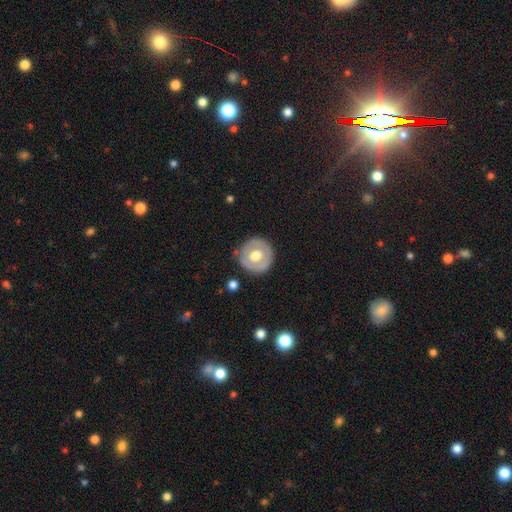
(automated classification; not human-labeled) featured or disk 49%, smooth 46%, star or artifact 5%. Down the decision tree: merging — none (84%).